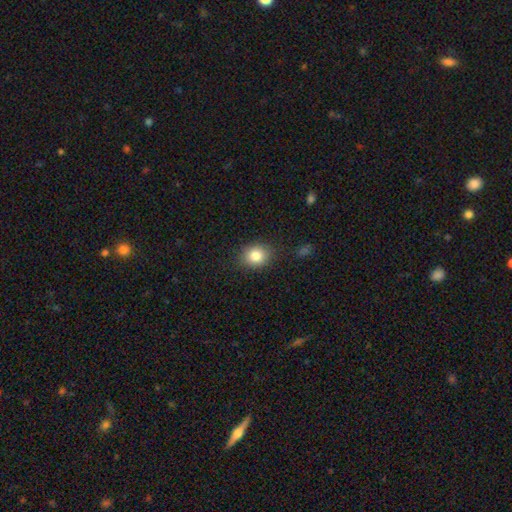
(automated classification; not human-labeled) A smooth galaxy with no disk features (82%) that is round (58%). Merging: none (85%).